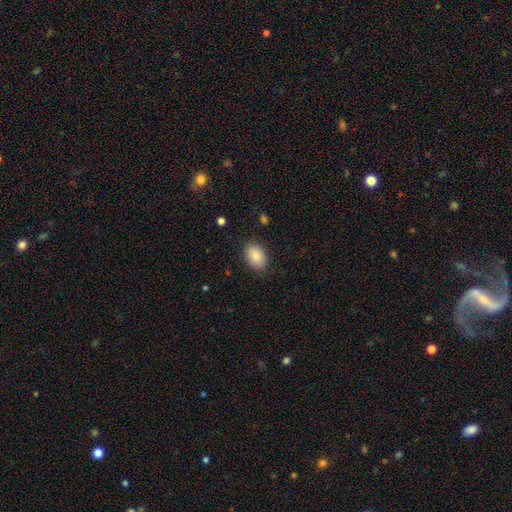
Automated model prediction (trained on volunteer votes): Smooth or featured?
  - smooth: 86% *
  - star or artifact: 7%
  - featured or disk: 7%
How rounded?
  - in between: 85% *
  - round: 14%
  - cigar-shaped: 1%
Merging?
  - none: 85% *
  - minor disturbance: 11%
  - major disturbance: 3%
  - merger: 1%